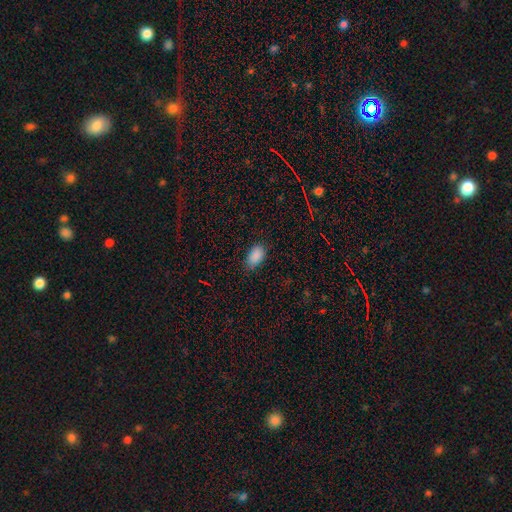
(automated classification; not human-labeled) smooth 88%, star or artifact 8%, featured or disk 3%. Down the decision tree: how rounded — in between (92%); merging — none (79%).